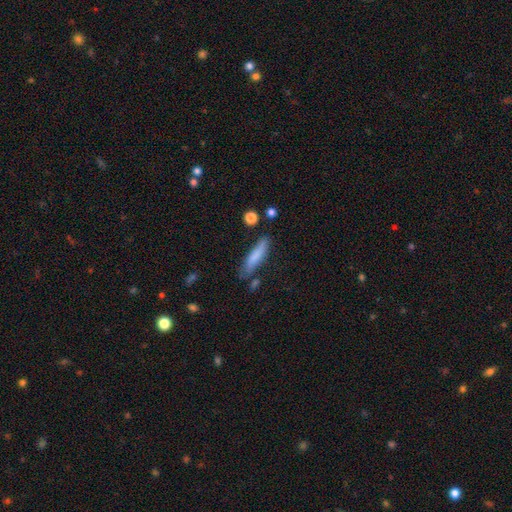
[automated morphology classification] smooth_or_featured: smooth (p=0.76) [alt: featured or disk p=0.17]
how_rounded: cigar-shaped (p=0.79) [alt: in between p=0.20]
merging: none (p=0.73) [alt: minor disturbance p=0.18]